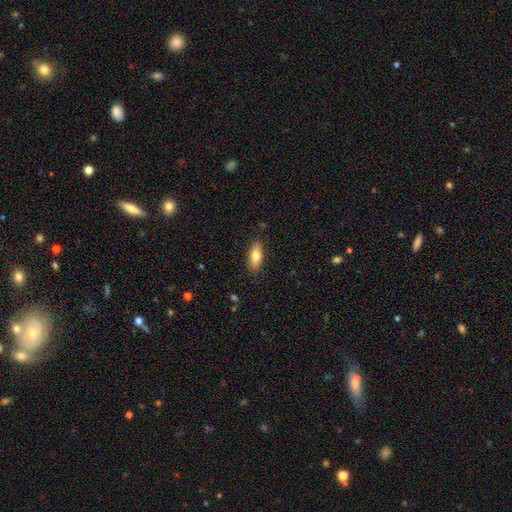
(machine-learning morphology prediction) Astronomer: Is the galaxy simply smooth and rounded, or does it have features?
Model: smooth — 77%.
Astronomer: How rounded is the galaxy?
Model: in between — 81%.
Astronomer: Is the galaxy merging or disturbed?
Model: none — 86%.